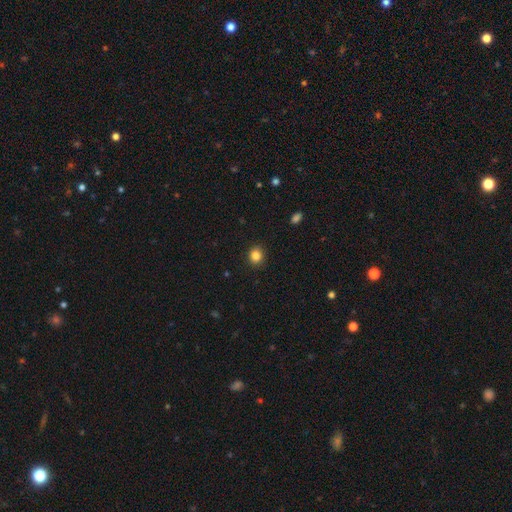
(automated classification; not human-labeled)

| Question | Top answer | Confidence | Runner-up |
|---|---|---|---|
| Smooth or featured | smooth | 84% | star or artifact (11%) |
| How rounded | round | 82% | in between (17%) |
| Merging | none | 91% | minor disturbance (6%) |